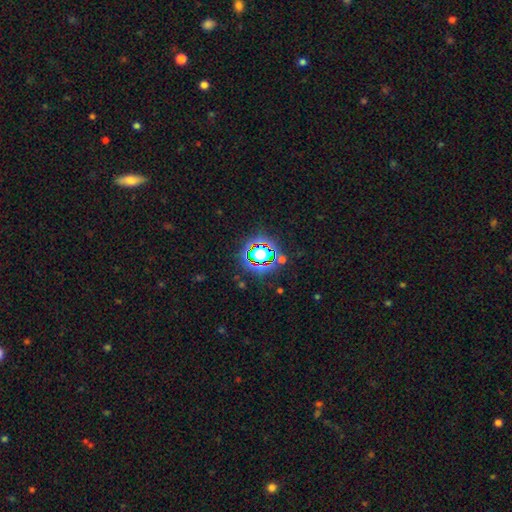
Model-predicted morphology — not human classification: star or artifact 80%, smooth 12%, featured or disk 8%.